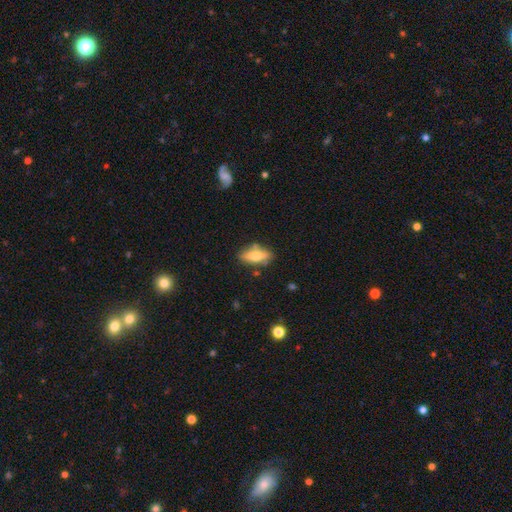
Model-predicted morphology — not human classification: Smooth or featured? smooth (66%)
How rounded? in between (67%)
Merging? none (77%)